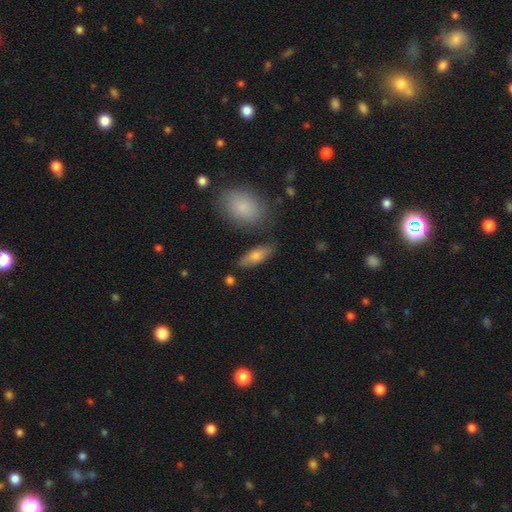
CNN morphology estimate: This is likely a smooth galaxy (72%). How rounded: likely in between (74%). Merging: likely none (77%).